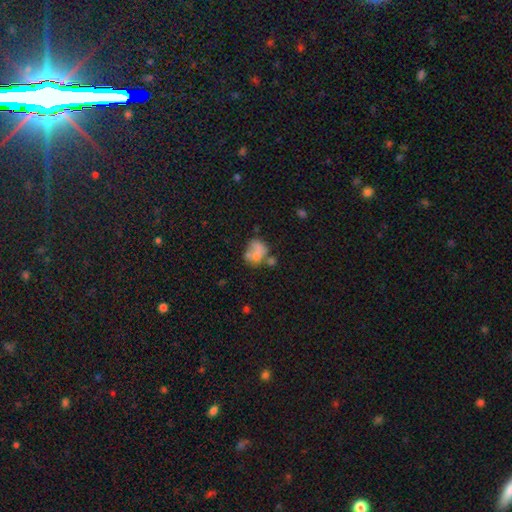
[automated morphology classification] smooth-or-featured: smooth: 62% | featured or disk: 26% | star or artifact: 11%
  how-rounded: round: 50% | in between: 49% | cigar-shaped: 1%
  merging: none: 32% | merger: 31% | minor disturbance: 20% | major disturbance: 17%